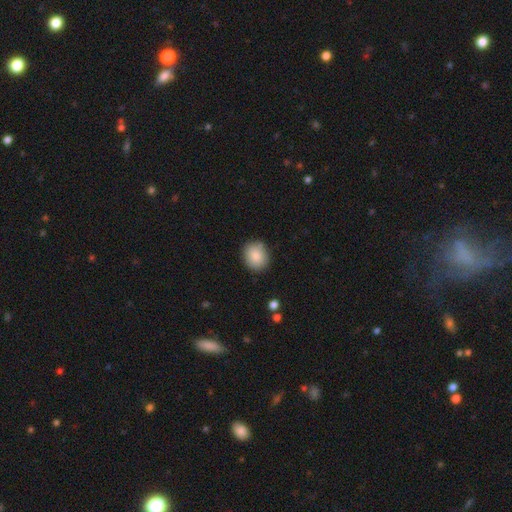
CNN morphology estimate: smooth-or-featured: smooth: 87% | star or artifact: 8% | featured or disk: 6%
  how-rounded: round: 72% | in between: 27% | cigar-shaped: 1%
  merging: none: 83% | minor disturbance: 12% | major disturbance: 3% | merger: 2%